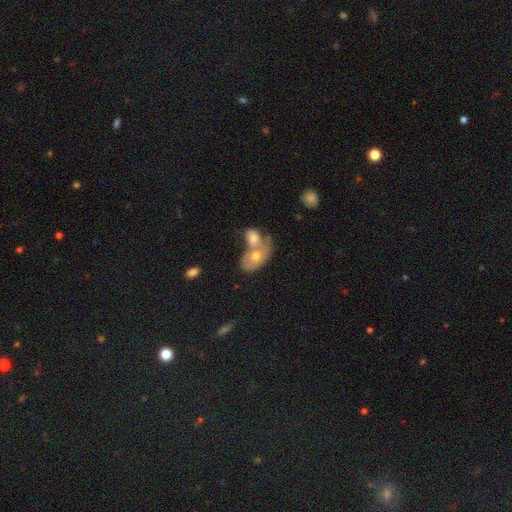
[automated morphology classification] A smooth galaxy with no disk features (48%).

Vote fractions:
- Smooth or featured? smooth: 48% / featured or disk: 43% / star or artifact: 8%
- Merging? merger: 73% / none: 15% / minor disturbance: 7% / major disturbance: 6%